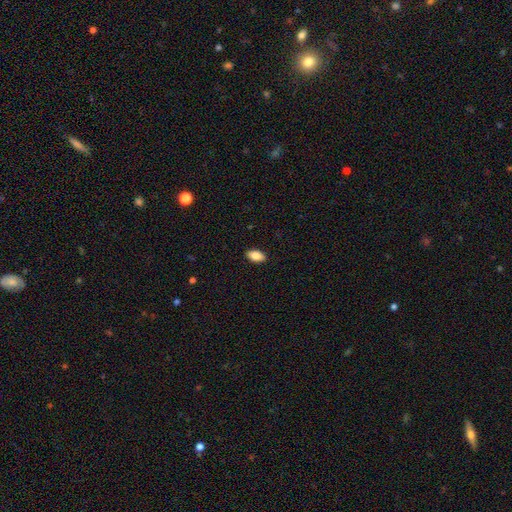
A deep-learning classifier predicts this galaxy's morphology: A smooth galaxy with no disk features (85%) that is in between round and cigar-shaped (92%). Merging: none (90%).